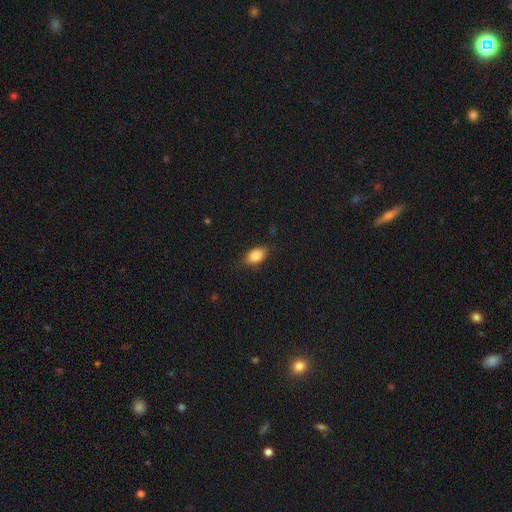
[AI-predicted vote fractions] This appears to be a smooth galaxy with no disk features (85%) that is in between round and cigar-shaped (88%). Merging: none (82%).